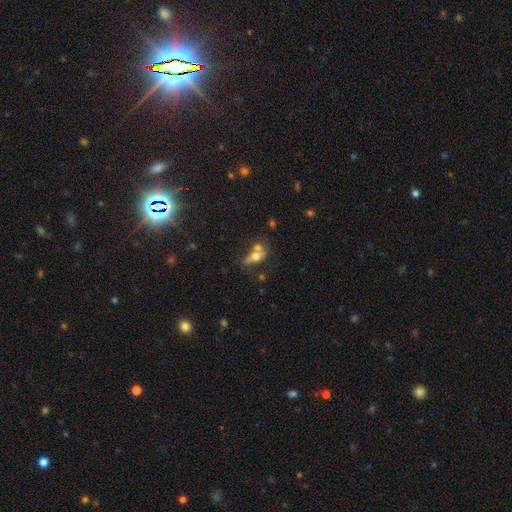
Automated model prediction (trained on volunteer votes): smooth 57%, featured or disk 31%, star or artifact 12%. Down the decision tree: how rounded — in between (66%); merging — merger (46%).